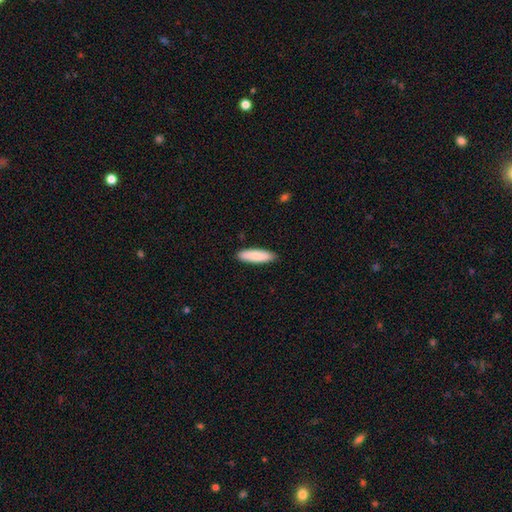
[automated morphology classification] Q: Smooth or featured?
A: smooth (86%); runner-up: featured or disk (9%)
Q: How rounded?
A: cigar-shaped (56%); runner-up: in between (42%)
Q: Merging?
A: none (89%); runner-up: minor disturbance (8%)